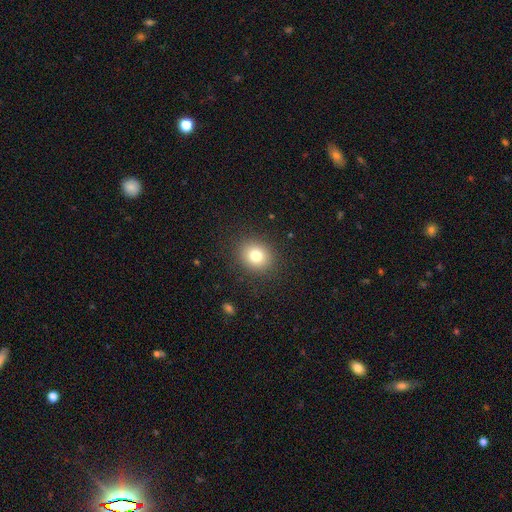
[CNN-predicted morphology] Smooth or featured? smooth (79%)
How rounded? round (72%)
Merging? none (89%)